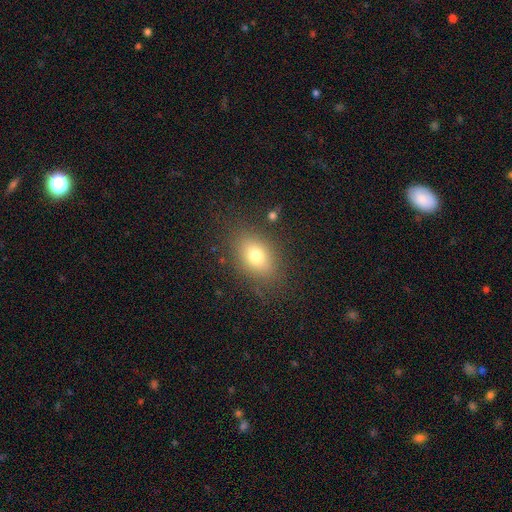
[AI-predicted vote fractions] Q: Smooth or featured?
A: smooth (74%); runner-up: featured or disk (14%)
Q: How rounded?
A: in between (76%); runner-up: round (22%)
Q: Merging?
A: none (80%); runner-up: minor disturbance (13%)